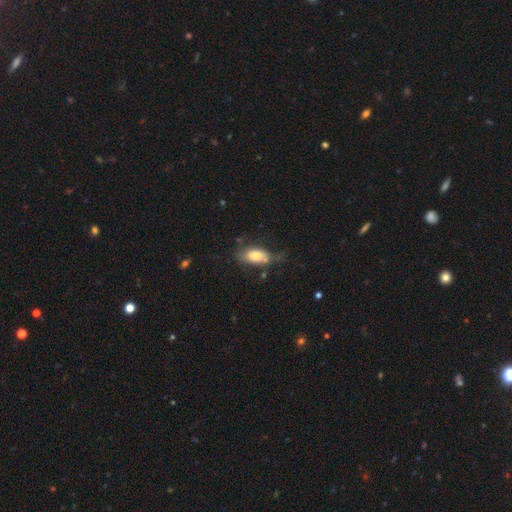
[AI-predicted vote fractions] A smooth galaxy with no disk features (74%) that is in between round and cigar-shaped (89%). Merging: none (54%).